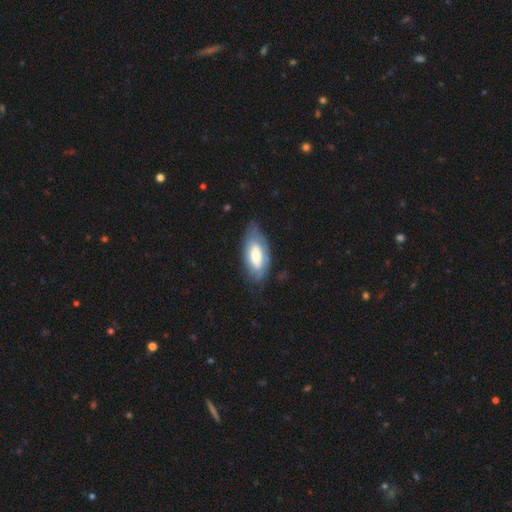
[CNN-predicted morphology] Overall: smooth (51%; featured or disk 42%). How rounded: in between (85%). Merging: none (62%; minor disturbance 27%).